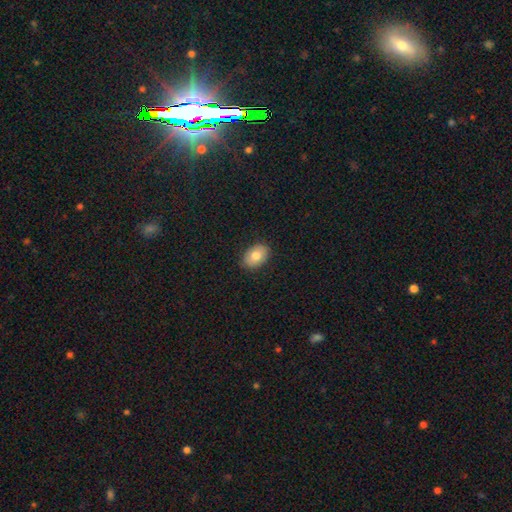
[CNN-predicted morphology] The model was most divided on "smooth or featured": smooth: 81%, featured or disk: 11%, star or artifact: 7%. More confident: merging — none (89%); how rounded — in between (85%).